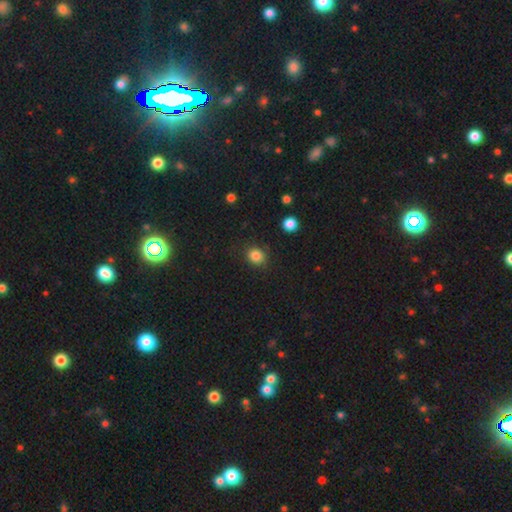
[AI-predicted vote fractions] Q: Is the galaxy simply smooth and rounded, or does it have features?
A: smooth — 84%.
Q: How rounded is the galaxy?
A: round — 75%.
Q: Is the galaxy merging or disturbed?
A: none — 84%.